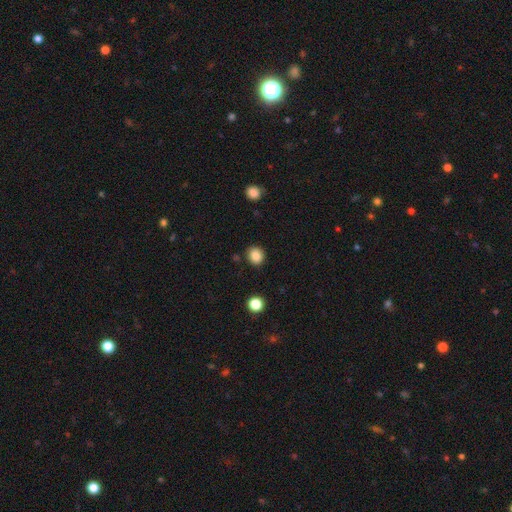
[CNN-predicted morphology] Overall: smooth (86%). How rounded: round (76%). Merging: none (87%).